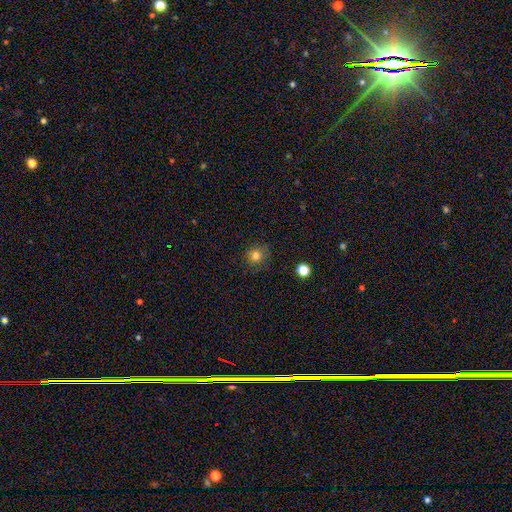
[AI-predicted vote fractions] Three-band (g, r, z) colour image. It shows a smooth galaxy with no disk features (79%) that is round (88%). Merging: none (85%).